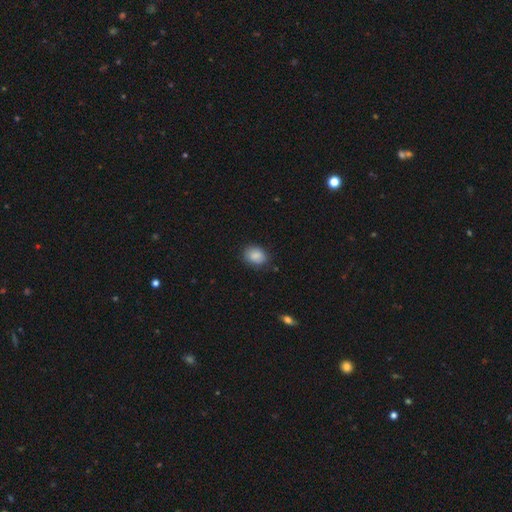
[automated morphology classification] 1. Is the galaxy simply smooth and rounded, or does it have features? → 86% smooth, 8% star or artifact, 6% featured or disk.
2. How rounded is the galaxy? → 50% in between, 49% round, 1% cigar-shaped.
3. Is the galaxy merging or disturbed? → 79% none, 16% minor disturbance, 3% major disturbance, 1% merger.